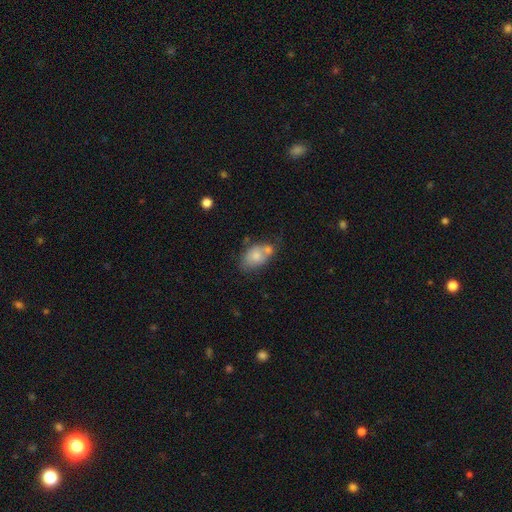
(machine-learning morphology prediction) Smooth or featured: smooth — 73% (featured or disk — 20%)
How rounded: in between — 86% (round — 12%)
Merging: none — 38% (merger — 32%)